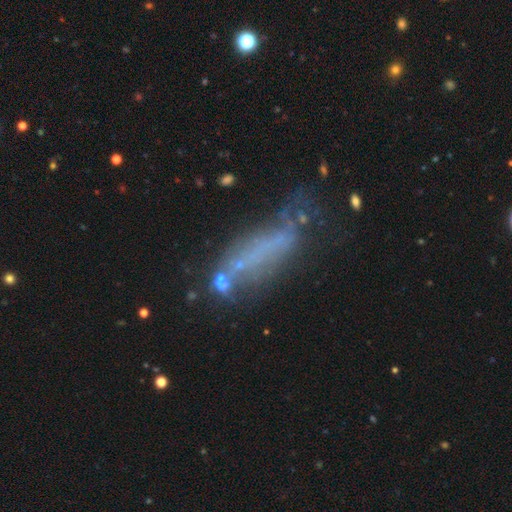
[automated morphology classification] A smooth galaxy with no disk features (41%).

Vote fractions:
- Smooth or featured? smooth: 41% / featured or disk: 40% / star or artifact: 20%
- Merging? none: 46% / minor disturbance: 26% / major disturbance: 19% / merger: 9%